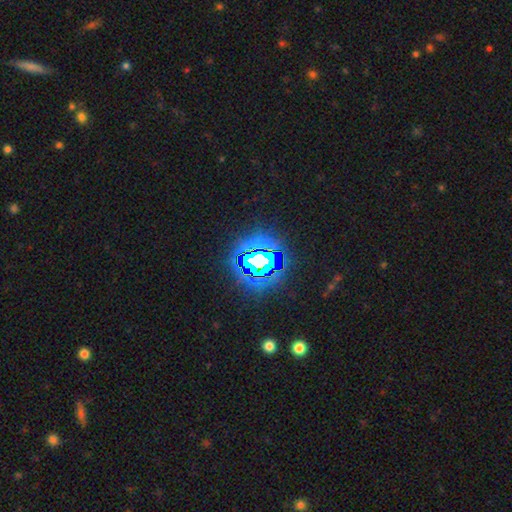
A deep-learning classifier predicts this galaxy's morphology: This is likely a star or artifact rather than a galaxy (77%).